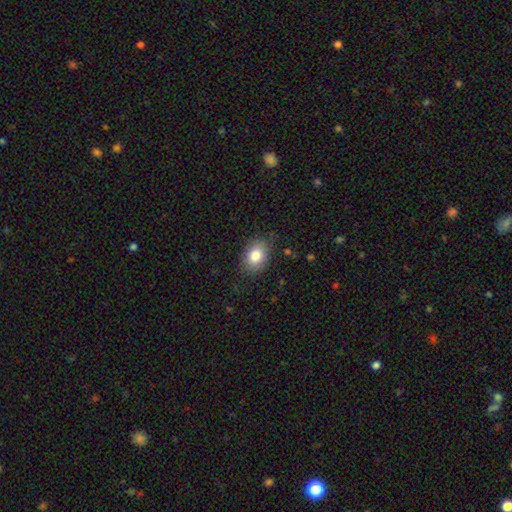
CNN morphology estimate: type=smooth (83%); roundness=in between (72%); merging=none (81%).